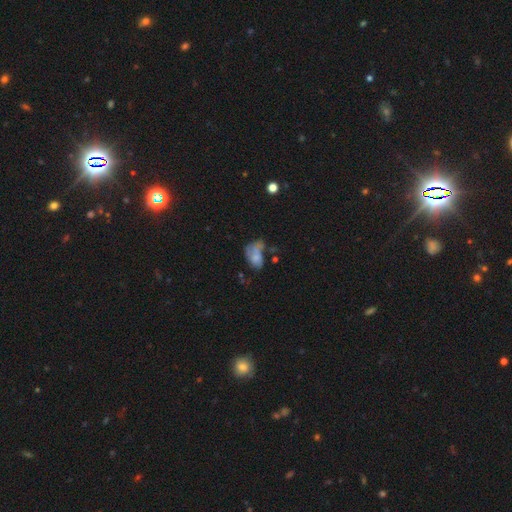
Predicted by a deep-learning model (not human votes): Morphology: type=smooth (55%); roundness=in between (87%); merging=major disturbance (32%).